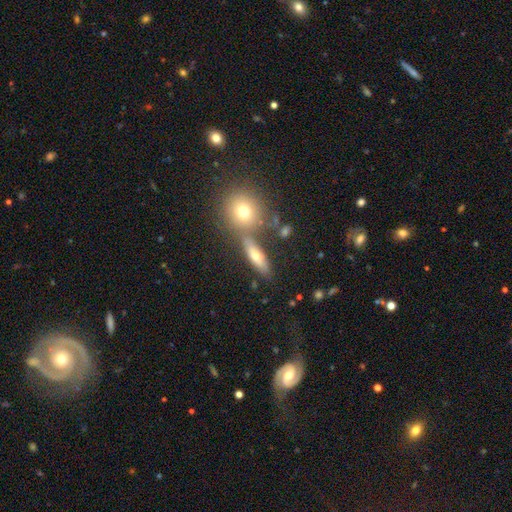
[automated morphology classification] Q: Smooth or featured?
A: smooth (61%); runner-up: featured or disk (27%)
Q: How rounded?
A: in between (45%); runner-up: cigar-shaped (42%)
Q: Merging?
A: none (65%); runner-up: merger (19%)